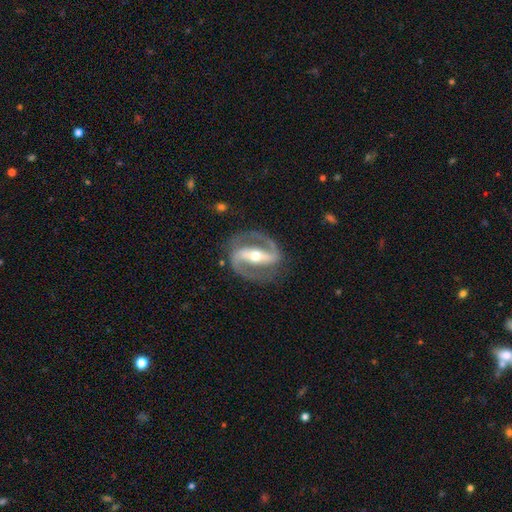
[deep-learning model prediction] This is clearly a featured or disk galaxy (92%). It is clearly not viewed edge-on (96%). Bar: likely strong (74%). Spiral arm pattern: clearly yes (96%). Spiral arm count: clearly 2 (93%). Spiral winding: possibly medium (58%). Central bulge: likely moderate (62%). Merging: clearly none (83%).